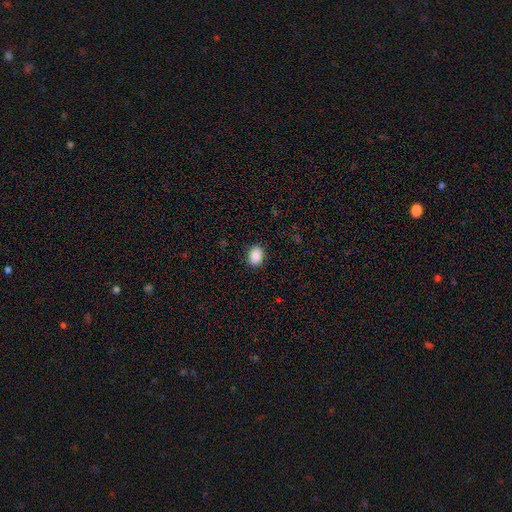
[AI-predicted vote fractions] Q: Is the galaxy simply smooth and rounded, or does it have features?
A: smooth — 89%.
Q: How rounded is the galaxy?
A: in between — 72%.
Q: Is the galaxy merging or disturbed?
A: none — 89%.